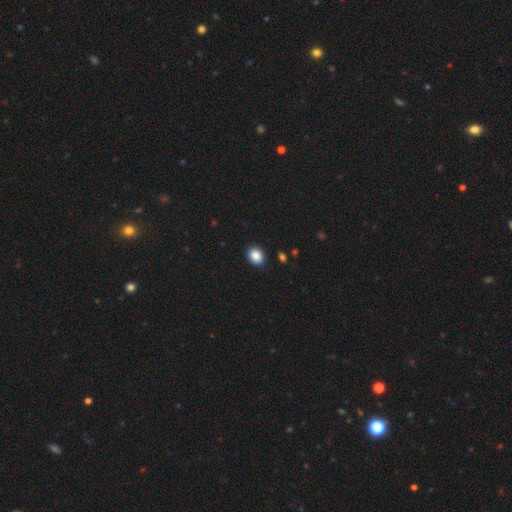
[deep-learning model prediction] Smooth or featured: smooth — 87% (star or artifact — 9%)
How rounded: round — 56% (in between — 43%)
Merging: none — 90% (minor disturbance — 7%)